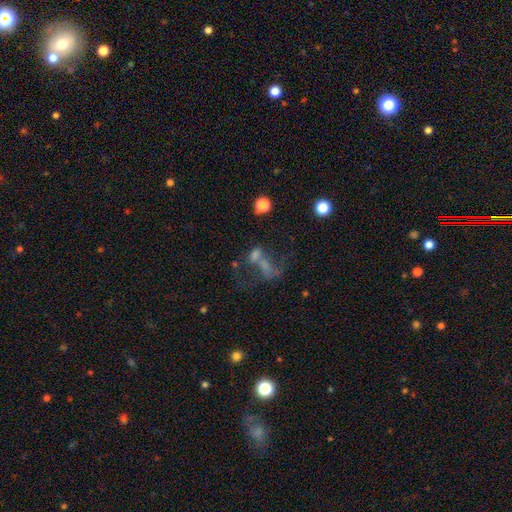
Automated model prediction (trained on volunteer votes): This appears to be a smooth galaxy with no disk features (41%). Merging: merger (45%).